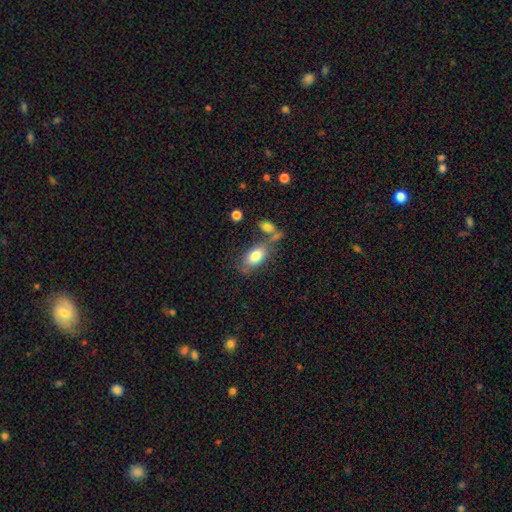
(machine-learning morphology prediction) Smooth or featured: smooth — 78% (featured or disk — 14%)
How rounded: in between — 89% (round — 7%)
Merging: none — 56% (merger — 20%)